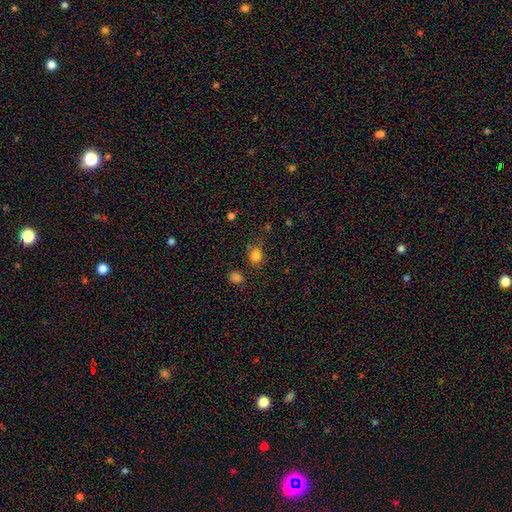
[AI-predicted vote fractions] smooth-or-featured: smooth: 82% | star or artifact: 13% | featured or disk: 5%
  how-rounded: round: 73% | in between: 26% | cigar-shaped: 1%
  merging: none: 72% | minor disturbance: 17% | major disturbance: 6% | merger: 6%